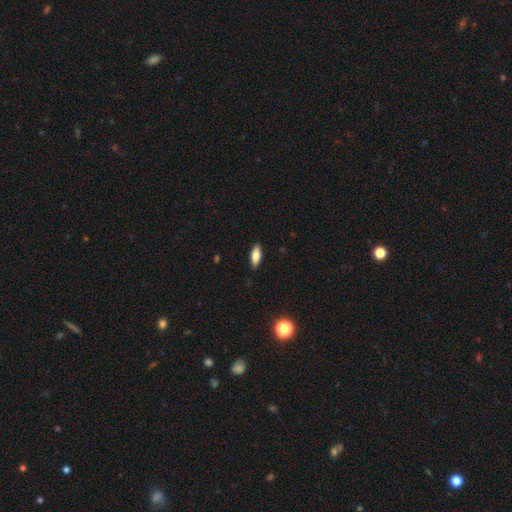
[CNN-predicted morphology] type=smooth (76%); roundness=in between (68%); merging=none (87%).